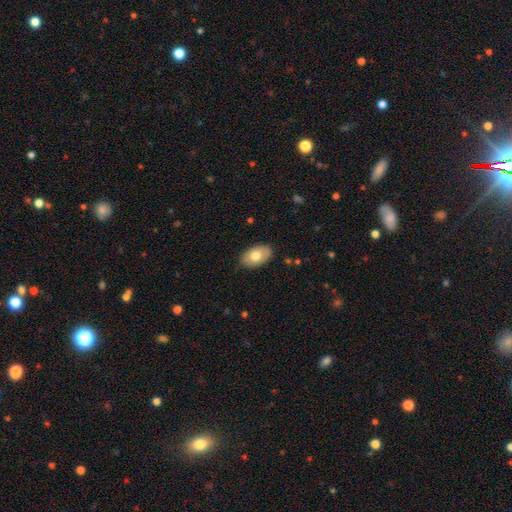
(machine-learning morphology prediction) smooth-or-featured: smooth: 74% | featured or disk: 20% | star or artifact: 6%
  how-rounded: in between: 92% | round: 6% | cigar-shaped: 1%
  merging: none: 85% | minor disturbance: 12% | major disturbance: 2% | merger: 1%